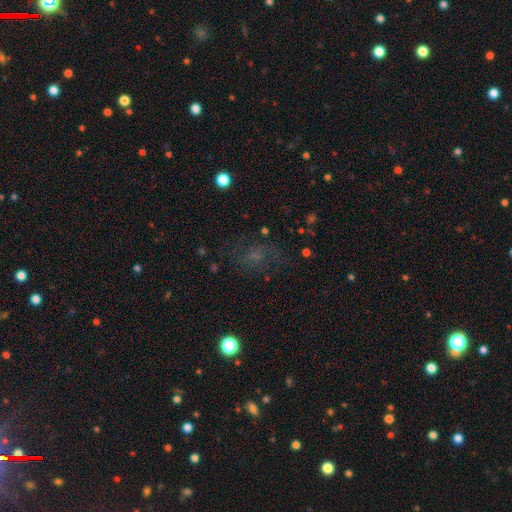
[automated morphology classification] smooth-or-featured: smooth: 39% | star or artifact: 32% | featured or disk: 30%
  merging: none: 62% | minor disturbance: 18% | major disturbance: 17% | merger: 2%